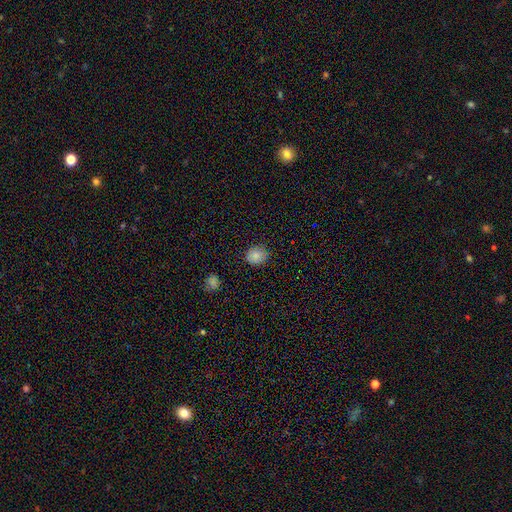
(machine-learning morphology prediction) A smooth galaxy with no disk features (84%) that is round (69%). Merging: none (85%).